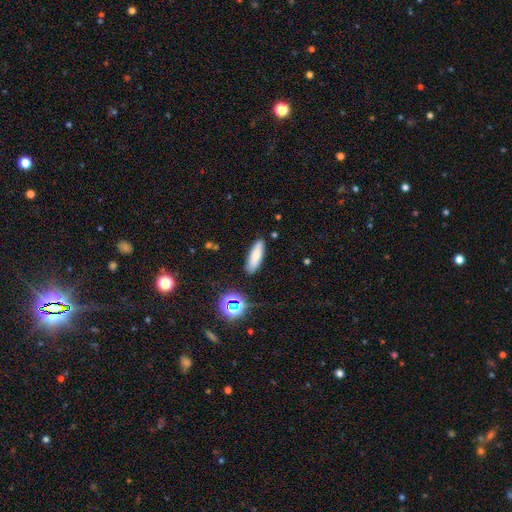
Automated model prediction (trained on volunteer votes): A smooth galaxy with no disk features (77%) that is cigar-shaped (49%, tied with in between).

Vote fractions:
- Smooth or featured? smooth: 77% / featured or disk: 12% / star or artifact: 11%
- How rounded? cigar-shaped: 49% (tied) / in between: 49% (tied) / round: 2%
- Merging? none: 84% / minor disturbance: 11% / major disturbance: 3% / merger: 2%